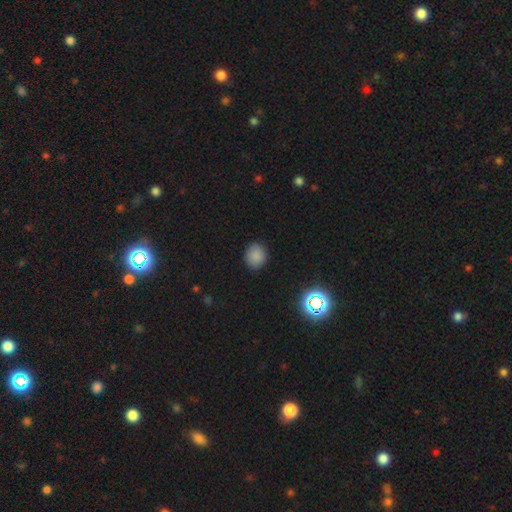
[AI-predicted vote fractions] Overall: smooth (84%). How rounded: round (71%). Merging: none (88%).